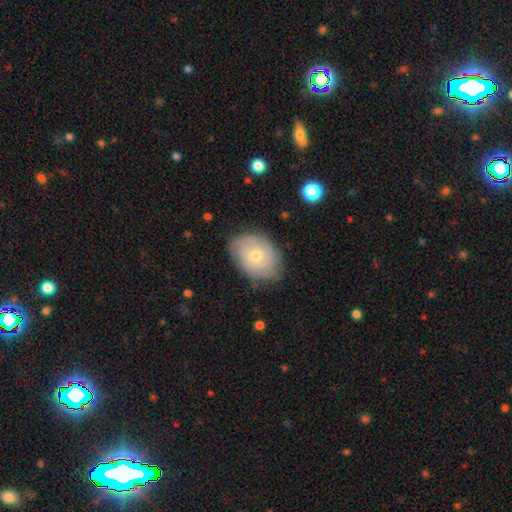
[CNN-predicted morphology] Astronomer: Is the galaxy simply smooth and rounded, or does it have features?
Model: featured or disk — 72%.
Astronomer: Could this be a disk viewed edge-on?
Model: no — 96%.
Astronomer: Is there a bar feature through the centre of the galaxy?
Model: no — 72%.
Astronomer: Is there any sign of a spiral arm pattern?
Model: yes — 90%.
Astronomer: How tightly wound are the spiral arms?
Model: tight — 70%.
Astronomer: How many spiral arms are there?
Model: can't tell — 35% (runner-up: 2, 33%).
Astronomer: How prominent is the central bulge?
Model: moderate — 52% (runner-up: small, 45%).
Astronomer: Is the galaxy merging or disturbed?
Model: none — 77%.